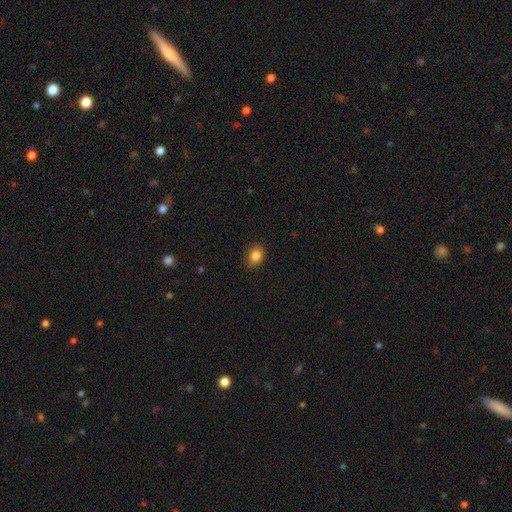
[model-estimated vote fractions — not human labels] smooth_or_featured: smooth (p=0.85) [alt: star or artifact p=0.10]
how_rounded: in between (p=0.51) [alt: round p=0.48]
merging: none (p=0.87) [alt: minor disturbance p=0.10]